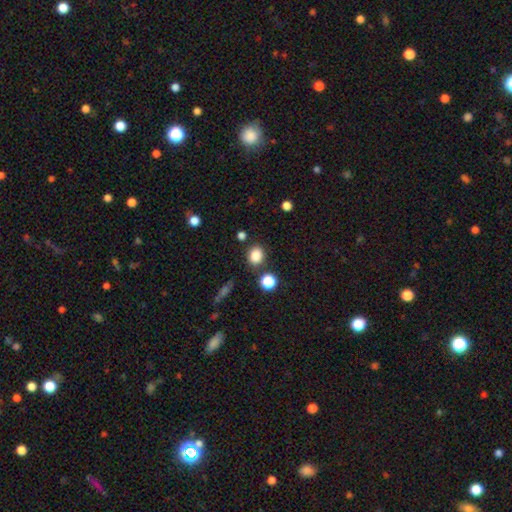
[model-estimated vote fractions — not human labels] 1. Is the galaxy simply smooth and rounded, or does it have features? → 84% smooth, 12% star or artifact, 5% featured or disk.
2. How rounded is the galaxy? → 58% round, 41% in between, 1% cigar-shaped.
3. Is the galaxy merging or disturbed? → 81% none, 10% minor disturbance, 6% merger, 3% major disturbance.